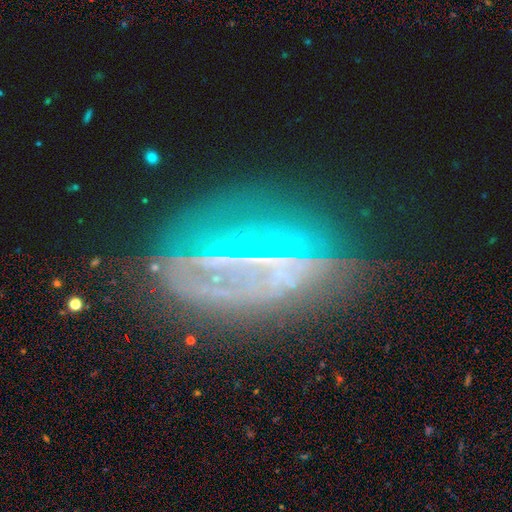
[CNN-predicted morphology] Smooth or featured? featured or disk (61%)
Edge-on disk? no (59%)
Merging? none (64%)